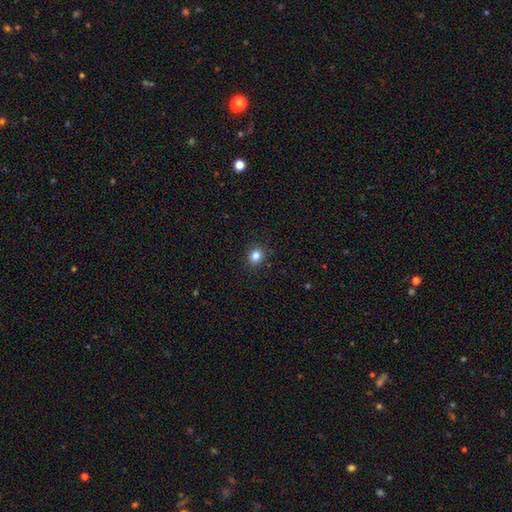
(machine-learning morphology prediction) smooth-or-featured: smooth: 84% | star or artifact: 11% | featured or disk: 5%
  how-rounded: round: 78% | in between: 21% | cigar-shaped: 1%
  merging: none: 89% | minor disturbance: 8% | major disturbance: 2% | merger: 1%